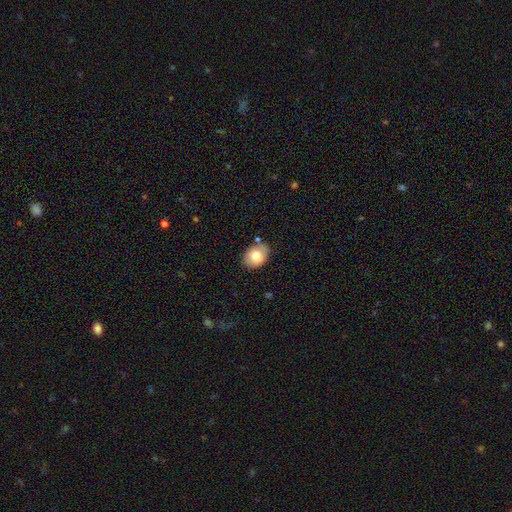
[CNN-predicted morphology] A smooth galaxy with no disk features (76%) that is in between round and cigar-shaped (68%).

Vote fractions:
- Smooth or featured? smooth: 76% / featured or disk: 17% / star or artifact: 8%
- How rounded? in between: 68% / round: 31% / cigar-shaped: 1%
- Merging? none: 80% / minor disturbance: 13% / merger: 4% / major disturbance: 3%